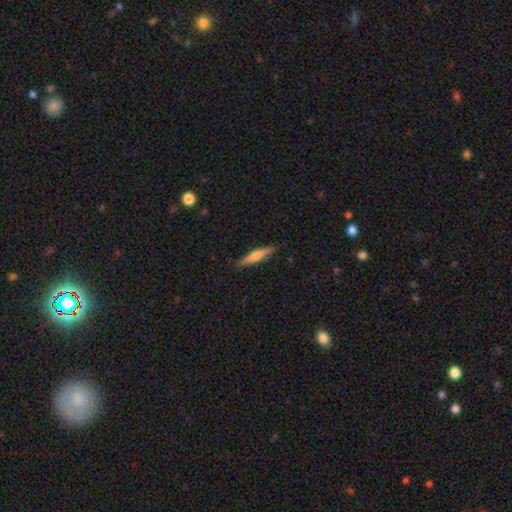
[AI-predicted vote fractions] Smooth or featured? Predicted: smooth (p=0.49). Merging? Predicted: none (p=0.88).